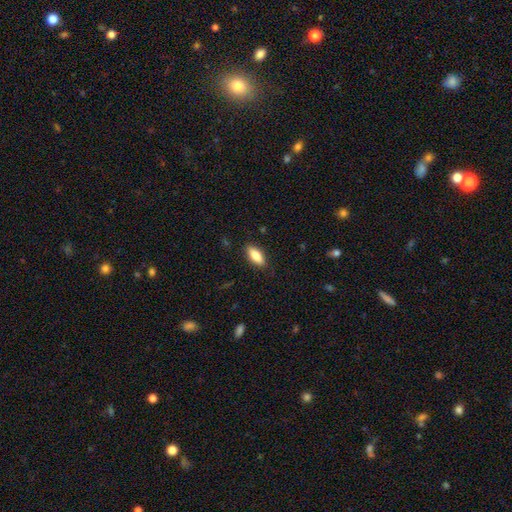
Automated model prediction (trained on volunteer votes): Overall: smooth (83%). How rounded: in between (79%). Merging: none (86%).